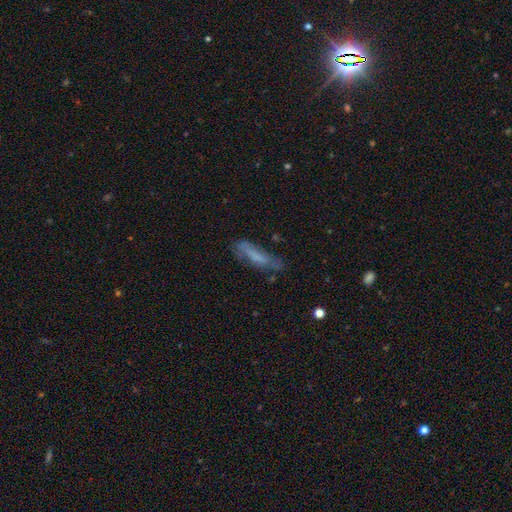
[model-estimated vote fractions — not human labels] Smooth or featured? Predicted: smooth (p=0.55). How rounded? Predicted: cigar-shaped (p=0.70). Merging? Predicted: none (p=0.52).